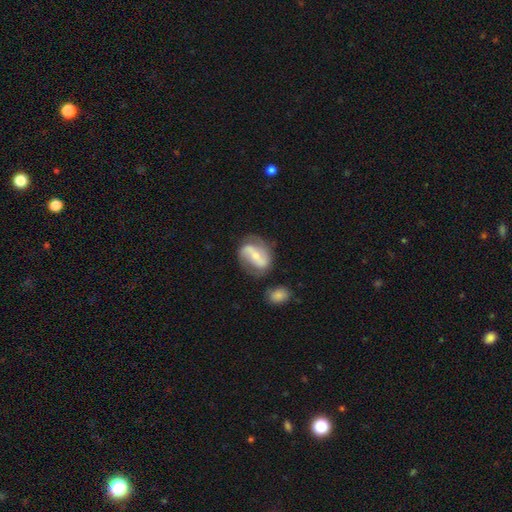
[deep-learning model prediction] The model was most divided on "spiral winding" (2-way tie): loose: 40%, medium: 40%, tight: 20%. Remaining: edge-on disk — no (96%); spiral arms — yes (87%); spiral arm count — 2 (85%); smooth or featured — featured or disk (72%); merging — none (65%); bulge size — small (53%); bar — strong (44%).